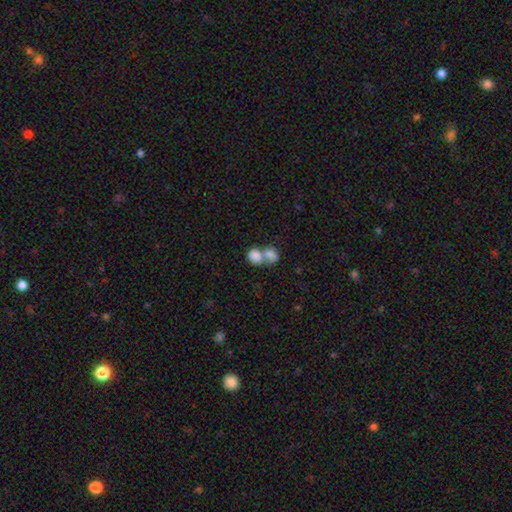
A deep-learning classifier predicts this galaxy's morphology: The model was most divided on "how rounded": in between: 55%, round: 44%, cigar-shaped: 1%. More confident: smooth or featured — smooth (82%); merging — merger (72%).